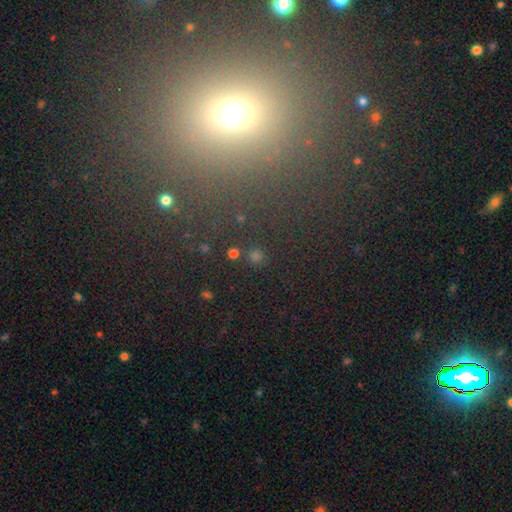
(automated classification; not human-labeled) smooth-or-featured: smooth: 56% | star or artifact: 37% | featured or disk: 8%
  how-rounded: round: 87% | in between: 11% | cigar-shaped: 2%
  merging: none: 86% | minor disturbance: 7% | merger: 4% | major disturbance: 3%